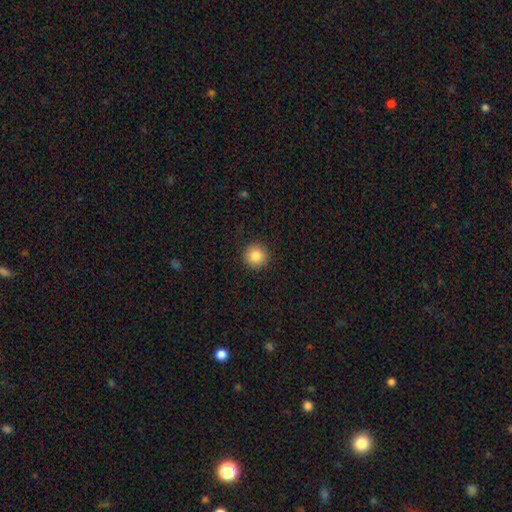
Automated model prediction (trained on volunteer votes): smooth 84%, star or artifact 10%, featured or disk 6%. Down the decision tree: how rounded — round (94%); merging — none (92%).